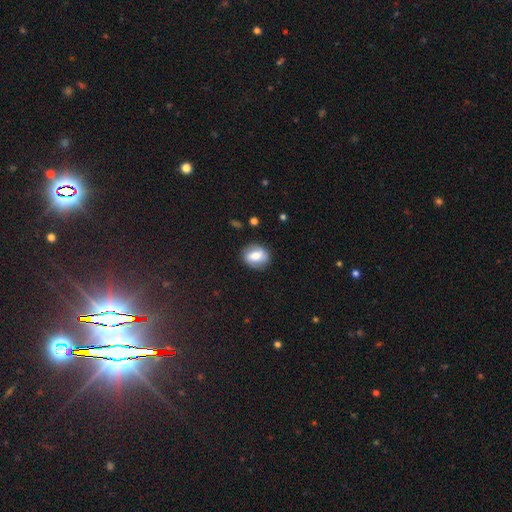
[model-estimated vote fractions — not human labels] A smooth galaxy with no disk features (57%) that is round (53%). Merging: none (83%).